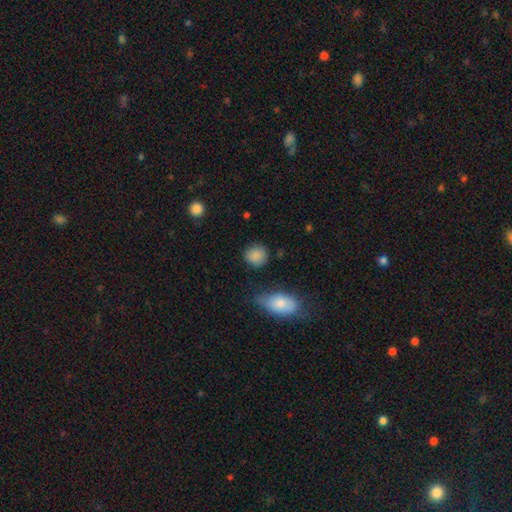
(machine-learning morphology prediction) Overall: smooth (87%). How rounded: round (82%). Merging: none (79%).